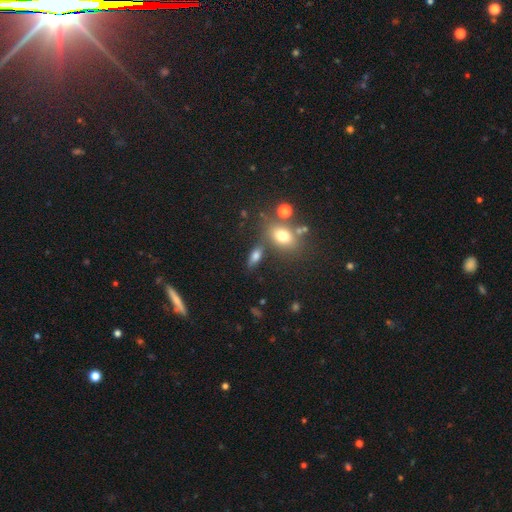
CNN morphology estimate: Smooth or featured?
  - smooth: 70% *
  - featured or disk: 16%
  - star or artifact: 13%
How rounded?
  - in between: 72% *
  - cigar-shaped: 17%
  - round: 11%
Merging?
  - none: 69% *
  - minor disturbance: 13%
  - merger: 12%
  - major disturbance: 5%